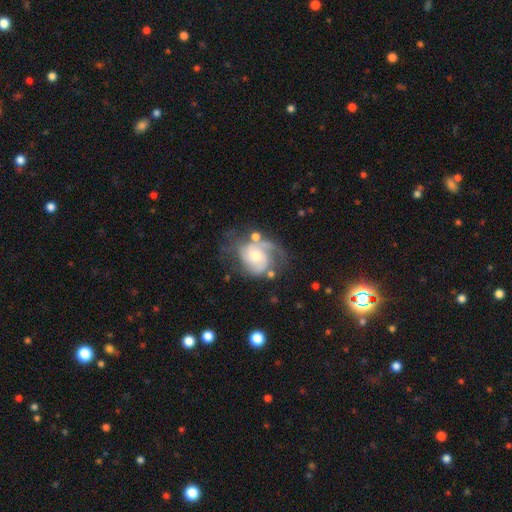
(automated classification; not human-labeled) A featured or disk galaxy (81%) with no bar (66%), 2 (51%) medium (44%) spiral arms (94%) and a moderate central bulge (57%).

Vote fractions:
- Smooth or featured? featured or disk: 81% / smooth: 13% / star or artifact: 6%
- Edge-on disk? no: 98% / yes: 2%
- Bar? no: 66% / weak: 29% / strong: 5%
- Spiral arms? yes: 94% / no: 6%
- Spiral winding? medium: 44% / tight: 36% / loose: 20%
- Spiral arm count? 2: 51% / 1: 16% / can't tell: 16% / 3: 12% / 4: 3% / more than 4: 2%
- Bulge size? moderate: 57% / small: 32% / large: 7% / none: 2% / dominant: 1%
- Merging? none: 47% / major disturbance: 22% / minor disturbance: 21% / merger: 10%